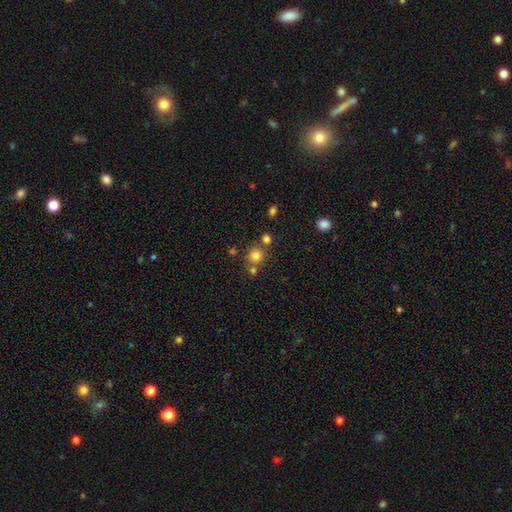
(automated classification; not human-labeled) Smooth or featured? smooth (79%)
How rounded? round (90%)
Merging? none (70%)